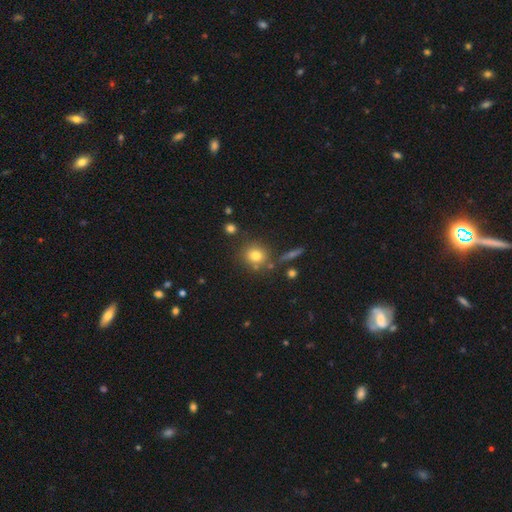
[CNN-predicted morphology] smooth 78%, star or artifact 12%, featured or disk 10%. Down the decision tree: how rounded — round (82%); merging — none (75%).